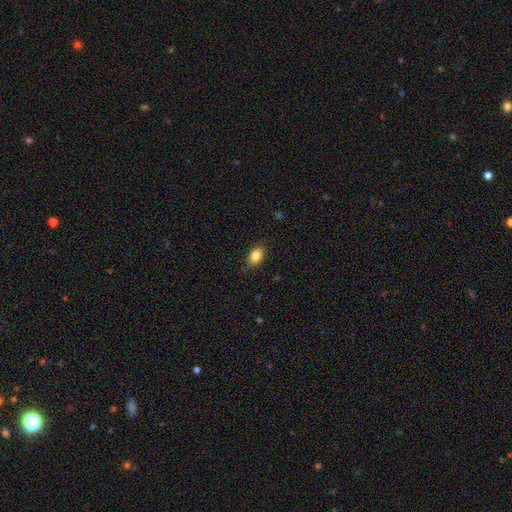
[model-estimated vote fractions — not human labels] The model was most divided on "how rounded": in between: 80%, round: 18%, cigar-shaped: 2%. More confident: smooth or featured — smooth (85%); merging — none (80%).